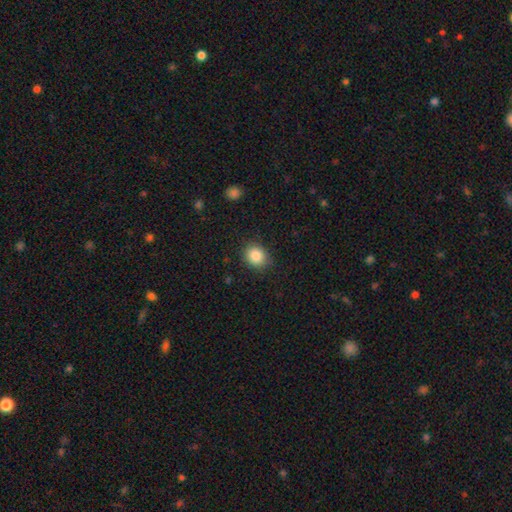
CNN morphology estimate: Smooth or featured: smooth — 86% (star or artifact — 9%)
How rounded: round — 74% (in between — 25%)
Merging: none — 86% (minor disturbance — 11%)